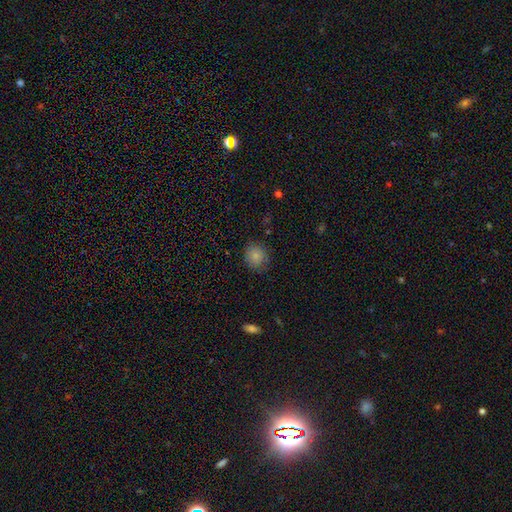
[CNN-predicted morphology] smooth-or-featured: smooth: 84% | star or artifact: 10% | featured or disk: 6%
  how-rounded: round: 82% | in between: 17% | cigar-shaped: 1%
  merging: none: 83% | minor disturbance: 13% | major disturbance: 3% | merger: 1%